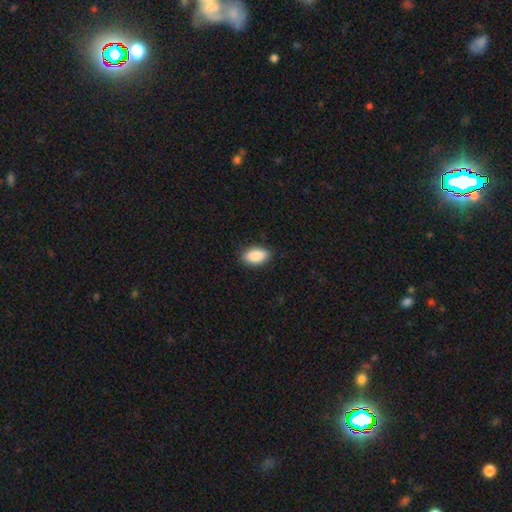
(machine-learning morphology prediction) The model was most divided on "merging": none: 86%, minor disturbance: 11%, major disturbance: 2%, merger: 1%. More confident: how rounded — in between (92%); smooth or featured — smooth (89%).